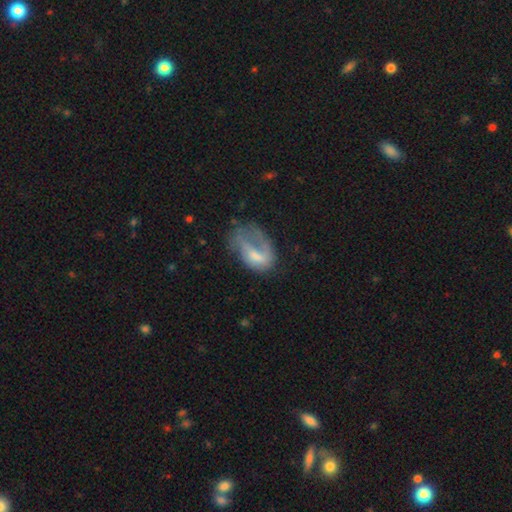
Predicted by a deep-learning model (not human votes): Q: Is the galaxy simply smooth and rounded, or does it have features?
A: featured or disk — 52%.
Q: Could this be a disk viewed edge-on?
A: no — 96%.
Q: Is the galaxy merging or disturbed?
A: major disturbance — 44%.